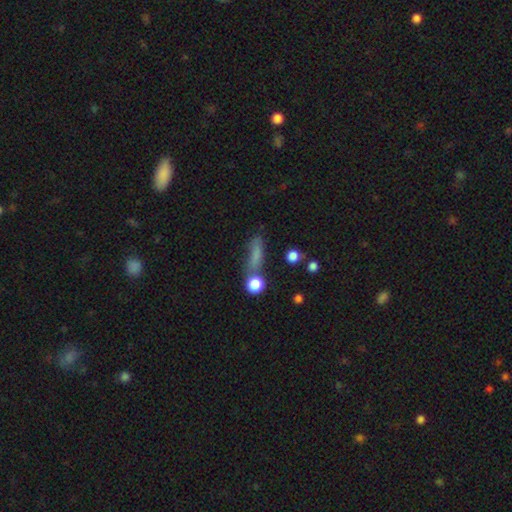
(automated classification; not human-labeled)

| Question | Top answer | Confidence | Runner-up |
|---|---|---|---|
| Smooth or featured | smooth | 69% | star or artifact (16%) |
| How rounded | cigar-shaped | 56% | in between (30%) |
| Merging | none | 59% | minor disturbance (19%) |